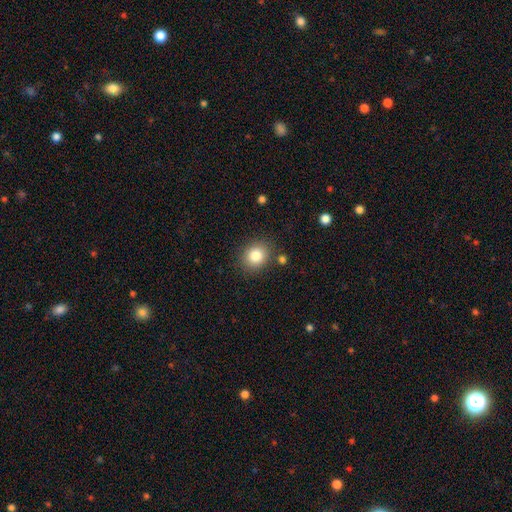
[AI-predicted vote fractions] Morphology: type=smooth (83%); roundness=round (72%); merging=none (84%).